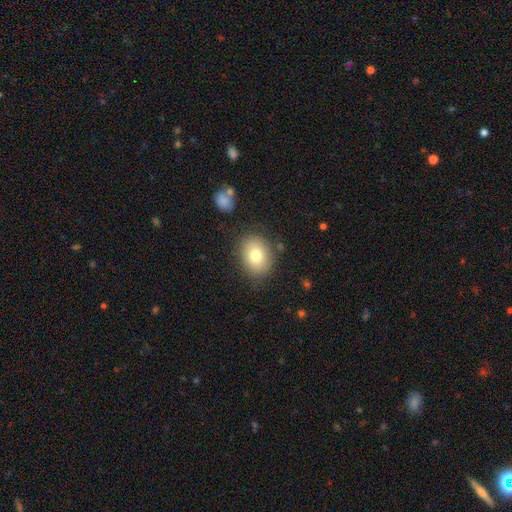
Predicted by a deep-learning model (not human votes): A smooth galaxy with no disk features (78%) that is in between round and cigar-shaped (53%). Merging: none (82%).